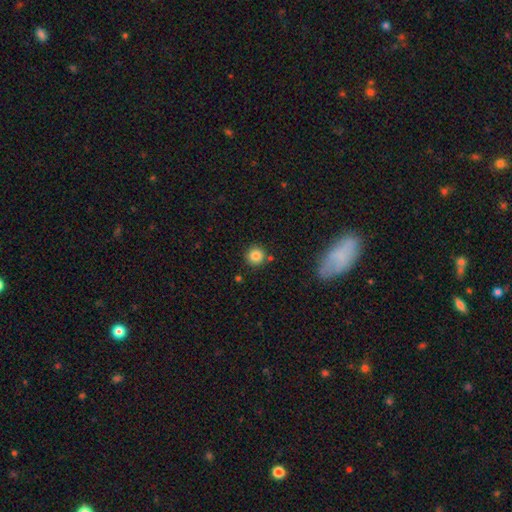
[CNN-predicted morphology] A smooth galaxy with no disk features (84%) that is round (94%). Merging: none (84%).